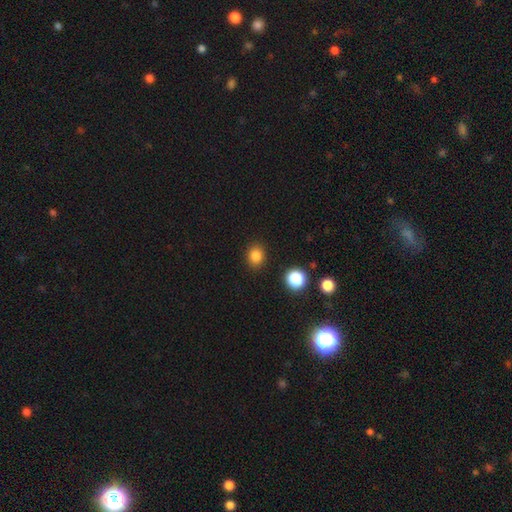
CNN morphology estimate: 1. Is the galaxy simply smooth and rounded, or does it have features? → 83% smooth, 12% star or artifact, 4% featured or disk.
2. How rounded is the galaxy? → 65% round, 34% in between, 1% cigar-shaped.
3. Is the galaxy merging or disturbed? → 89% none, 7% minor disturbance, 2% major disturbance, 2% merger.